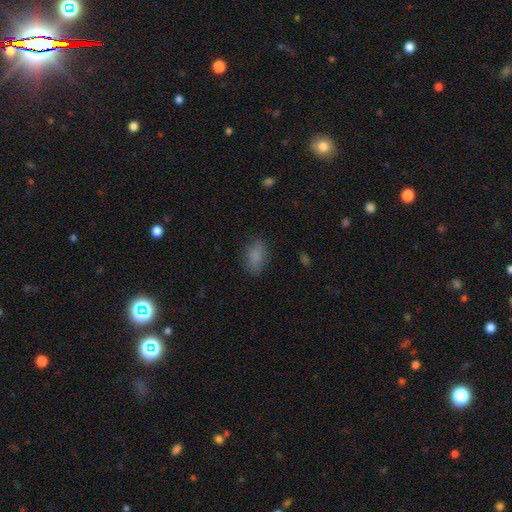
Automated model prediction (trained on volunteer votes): smooth_or_featured: smooth (p=0.84) [alt: star or artifact p=0.10]
how_rounded: in between (p=0.87) [alt: round p=0.11]
merging: none (p=0.80) [alt: minor disturbance p=0.14]